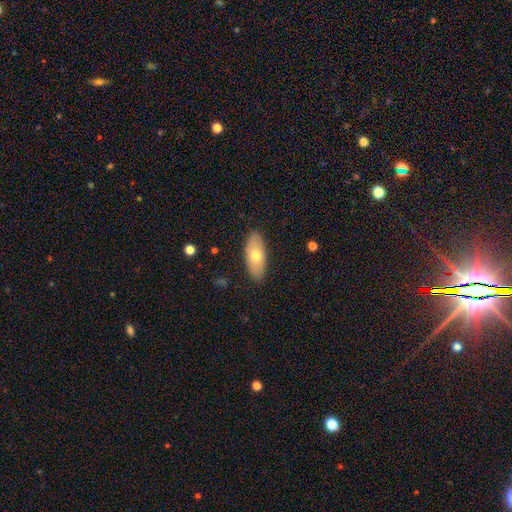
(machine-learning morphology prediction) The model was most divided on "smooth or featured": smooth: 67%, featured or disk: 27%, star or artifact: 6%. More confident: merging — none (87%); how rounded — in between (86%).